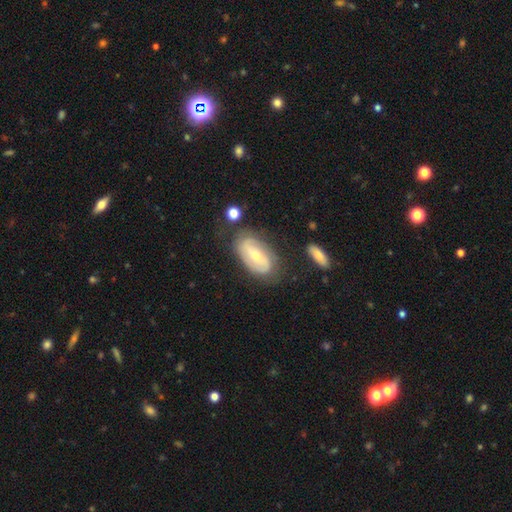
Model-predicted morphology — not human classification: This is likely a featured or disk galaxy (74%). It is clearly not viewed edge-on (93%). Bar: marginally weak (38%). Spiral arm pattern: clearly yes (85%). Spiral arm count: likely 2 (76%). Spiral winding: marginally medium (38%). Central bulge: possibly small (52%). Merging: likely none (72%).